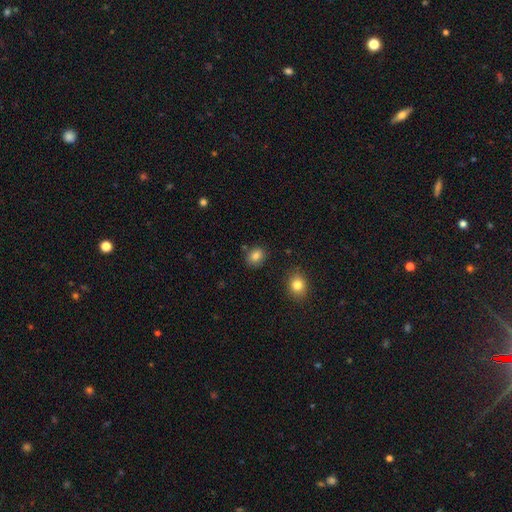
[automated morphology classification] A smooth galaxy with no disk features (85%) that is round (59%).

Vote fractions:
- Smooth or featured? smooth: 85% / star or artifact: 10% / featured or disk: 5%
- How rounded? round: 59% / in between: 40% / cigar-shaped: 1%
- Merging? none: 83% / minor disturbance: 10% / merger: 4% / major disturbance: 3%